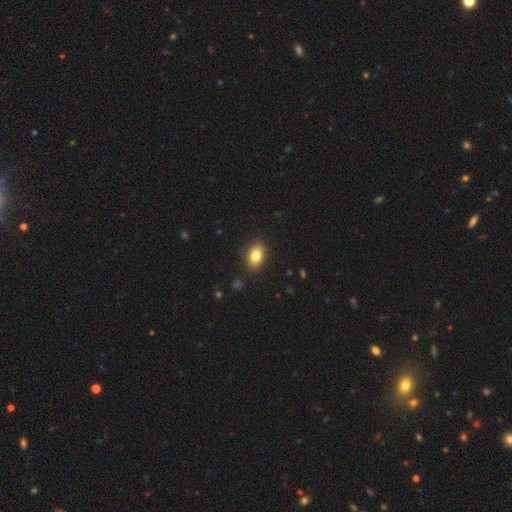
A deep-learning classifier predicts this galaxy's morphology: This appears to be a smooth galaxy with no disk features (82%) that is in between round and cigar-shaped (82%). Merging: none (88%).